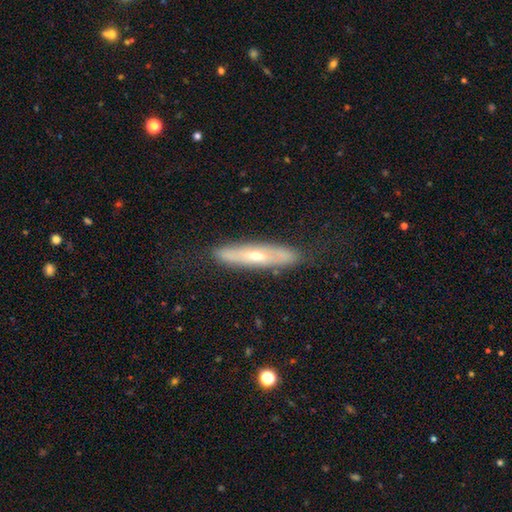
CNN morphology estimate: featured or disk 58%, smooth 35%, star or artifact 7%. Down the decision tree: edge-on disk — yes (63%); merging — none (79%).